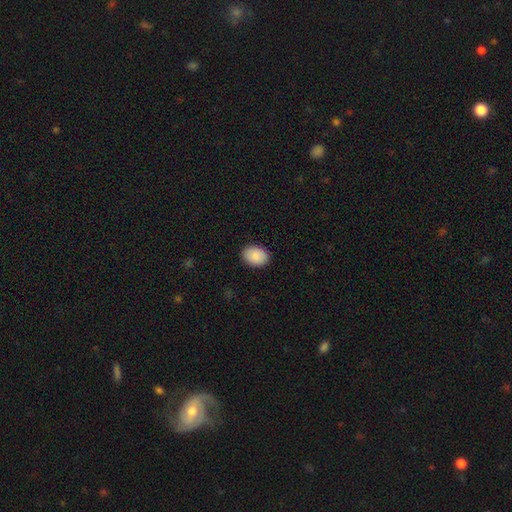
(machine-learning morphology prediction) smooth_or_featured: smooth (p=0.90) [alt: star or artifact p=0.06]
how_rounded: in between (p=0.80) [alt: round p=0.19]
merging: none (p=0.89) [alt: minor disturbance p=0.08]